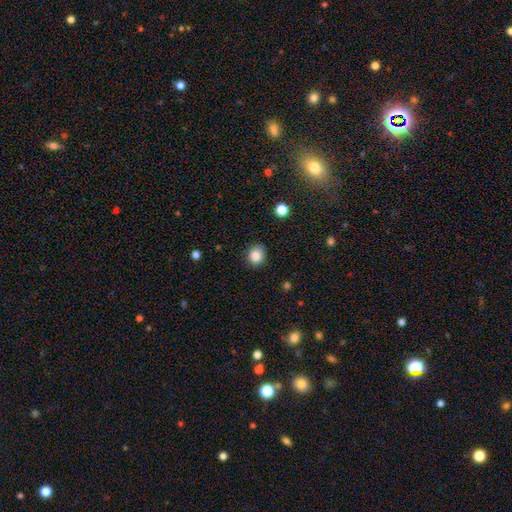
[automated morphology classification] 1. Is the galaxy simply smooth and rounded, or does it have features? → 86% smooth, 10% star or artifact, 4% featured or disk.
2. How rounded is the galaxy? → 68% round, 31% in between, 1% cigar-shaped.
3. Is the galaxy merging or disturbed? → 87% none, 9% minor disturbance, 2% major disturbance, 1% merger.